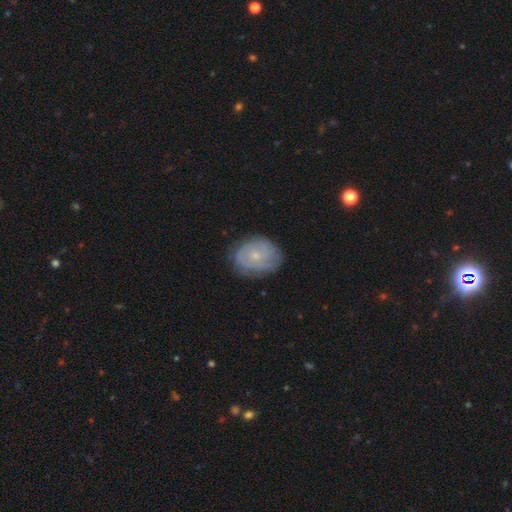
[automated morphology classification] Overall: featured or disk (58%; smooth 34%). Edge-on disk: no (97%). Bar: no (83%). Spiral arms: yes (76%). Bulge size: small (76%). Merging: none (75%).